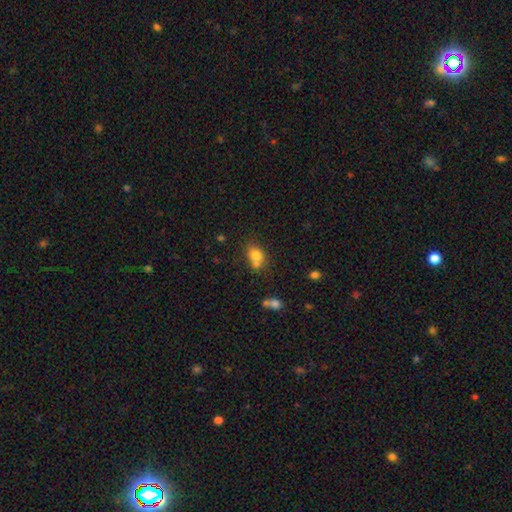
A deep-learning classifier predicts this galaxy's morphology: smooth 78%, featured or disk 11%, star or artifact 11%. Down the decision tree: how rounded — in between (60%); merging — none (47%).